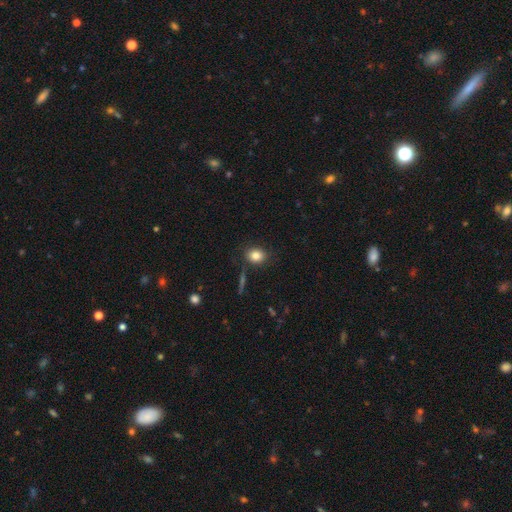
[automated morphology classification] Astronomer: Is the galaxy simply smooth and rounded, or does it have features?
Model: smooth — 82%.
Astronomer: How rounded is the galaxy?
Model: round — 54% (runner-up: in between, 44%).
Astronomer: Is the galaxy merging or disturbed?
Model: none — 82%.